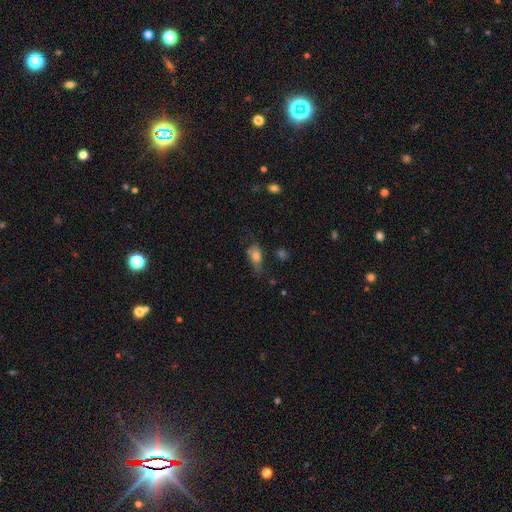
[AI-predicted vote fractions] smooth-or-featured: smooth: 73% | featured or disk: 17% | star or artifact: 10%
  how-rounded: in between: 81% | cigar-shaped: 10% | round: 9%
  merging: none: 46% | minor disturbance: 33% | major disturbance: 16% | merger: 5%